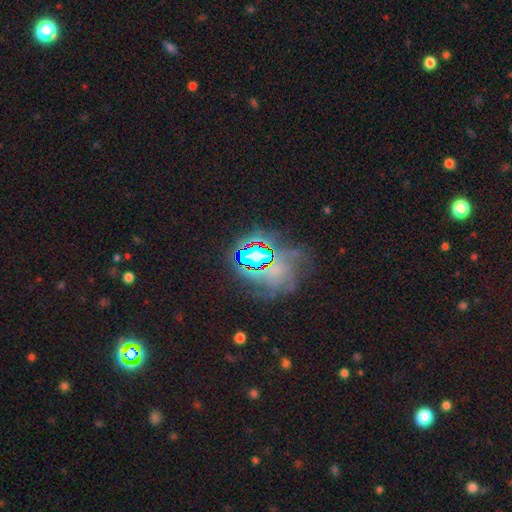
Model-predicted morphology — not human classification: type=star or artifact (59%).